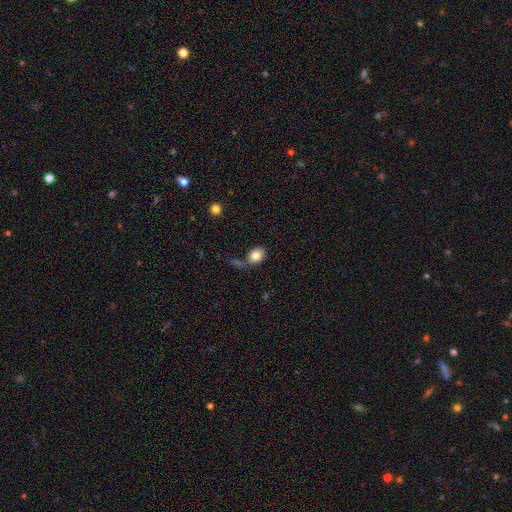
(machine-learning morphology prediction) A smooth galaxy with no disk features (83%) that is in between round and cigar-shaped (65%).

Vote fractions:
- Smooth or featured? smooth: 83% / featured or disk: 9% / star or artifact: 8%
- How rounded? in between: 65% / round: 34% / cigar-shaped: 1%
- Merging? none: 62% / minor disturbance: 17% / merger: 14% / major disturbance: 7%